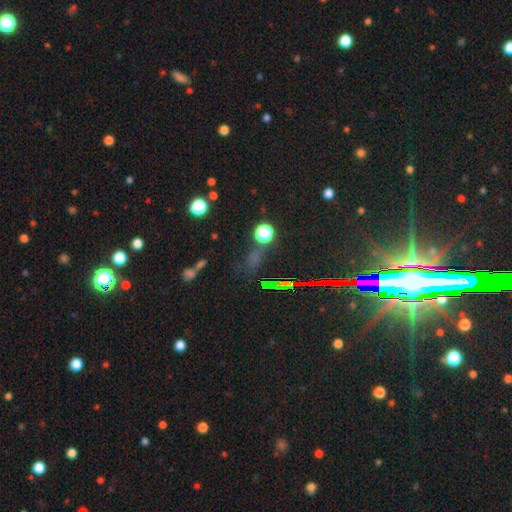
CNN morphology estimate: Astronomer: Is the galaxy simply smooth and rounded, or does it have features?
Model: star or artifact — 68%.